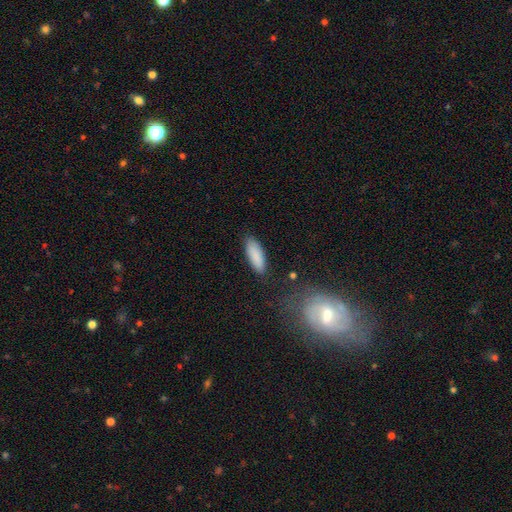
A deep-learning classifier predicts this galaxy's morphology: smooth 88%, star or artifact 6%, featured or disk 5%. Down the decision tree: how rounded — in between (68%); merging — none (86%).